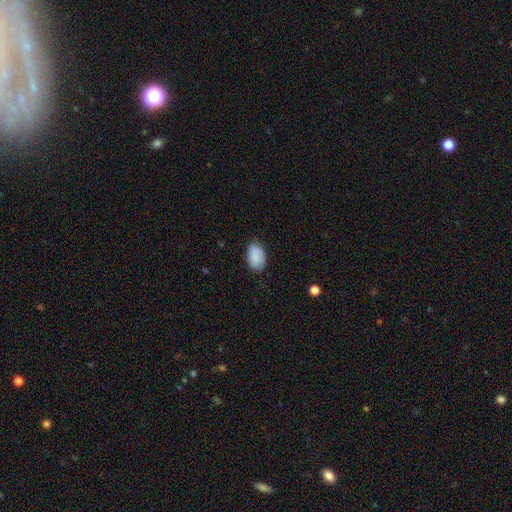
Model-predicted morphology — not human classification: Smooth or featured: smooth — 87% (star or artifact — 7%)
How rounded: in between — 91% (round — 8%)
Merging: none — 78% (minor disturbance — 17%)